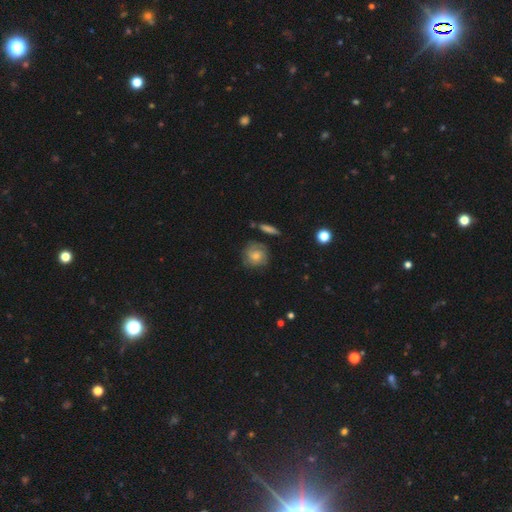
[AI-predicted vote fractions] Q: Smooth or featured?
A: featured or disk (50%); runner-up: smooth (42%)
Q: Merging?
A: none (72%); runner-up: minor disturbance (18%)